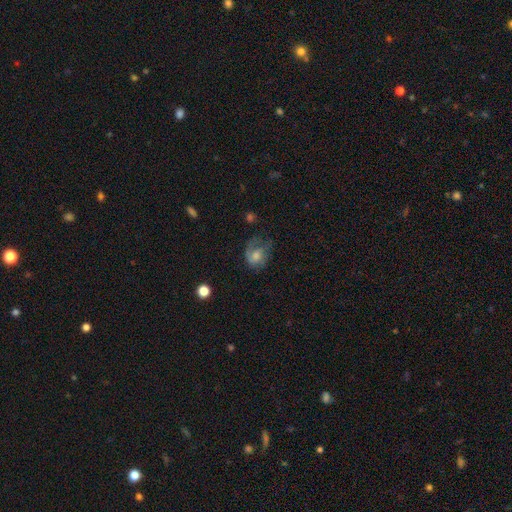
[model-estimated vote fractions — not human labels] A featured or disk galaxy (52%). Merging: none (48%).